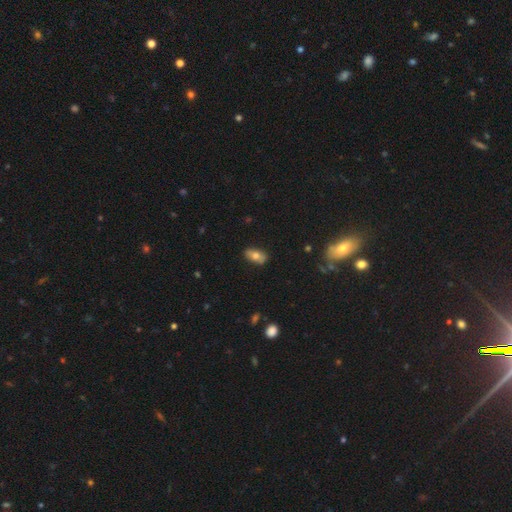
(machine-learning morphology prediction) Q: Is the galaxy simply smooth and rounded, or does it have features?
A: smooth — 67%.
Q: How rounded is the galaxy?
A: in between — 89%.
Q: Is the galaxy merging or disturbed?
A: none — 81%.